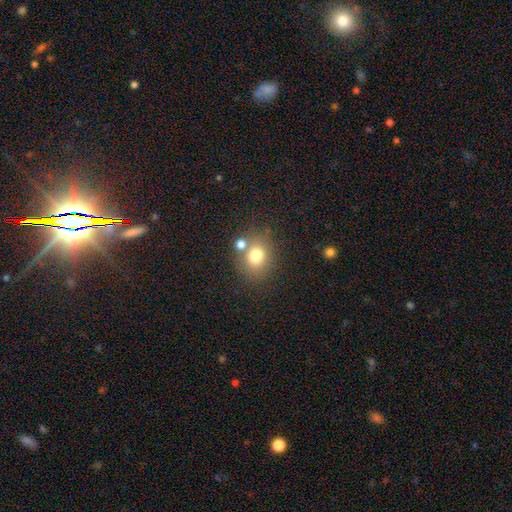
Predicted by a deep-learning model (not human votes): The model was most divided on "how rounded": round: 65%, in between: 34%, cigar-shaped: 1%. More confident: smooth or featured — smooth (76%); merging — none (65%).